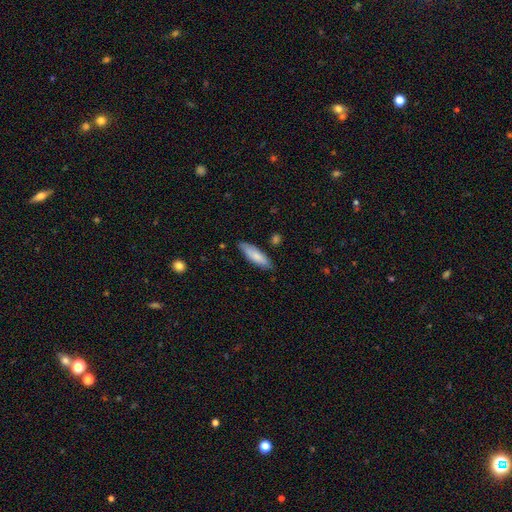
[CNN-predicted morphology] smooth 80%, featured or disk 14%, star or artifact 6%. Down the decision tree: how rounded — cigar-shaped (55%); merging — none (82%).